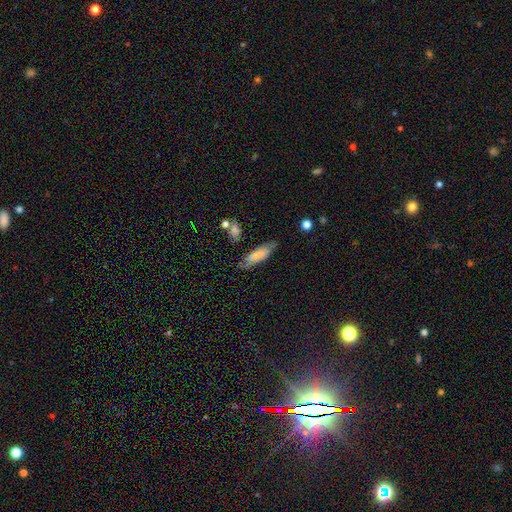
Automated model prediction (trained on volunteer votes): Q: Smooth or featured?
A: smooth (65%); runner-up: featured or disk (26%)
Q: How rounded?
A: cigar-shaped (58%); runner-up: in between (40%)
Q: Merging?
A: none (68%); runner-up: minor disturbance (22%)